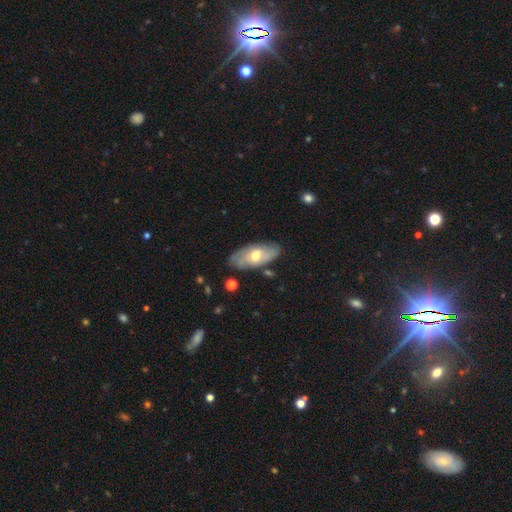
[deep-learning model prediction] This appears to be a featured or disk galaxy (58%). Merging: none (74%).